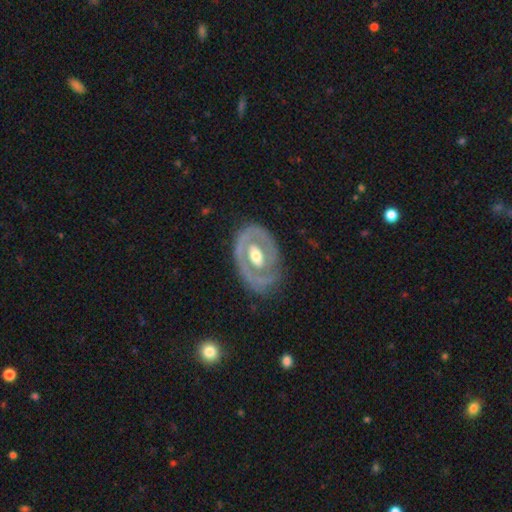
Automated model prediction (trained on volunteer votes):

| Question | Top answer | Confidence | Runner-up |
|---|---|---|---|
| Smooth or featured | featured or disk | 76% | smooth (20%) |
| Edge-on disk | no | 94% | yes (6%) |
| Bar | no | 57% | weak (30%) |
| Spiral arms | no | 50% | tied: yes (50%) |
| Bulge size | moderate | 65% | large (24%) |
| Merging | none | 66% | minor disturbance (22%) |